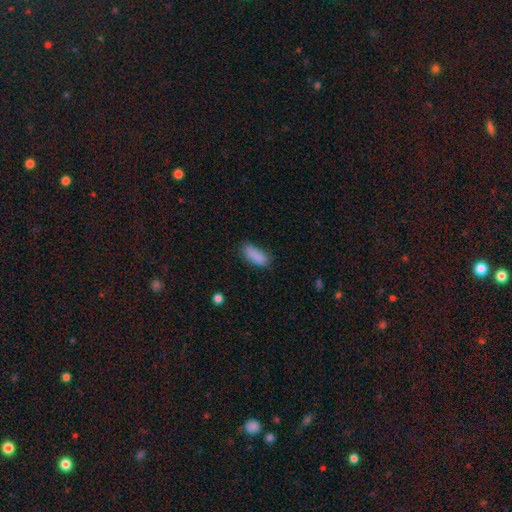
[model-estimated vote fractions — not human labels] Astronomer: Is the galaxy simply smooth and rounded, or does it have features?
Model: smooth — 87%.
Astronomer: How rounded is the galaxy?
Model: in between — 75%.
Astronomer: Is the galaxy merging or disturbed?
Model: none — 74%.